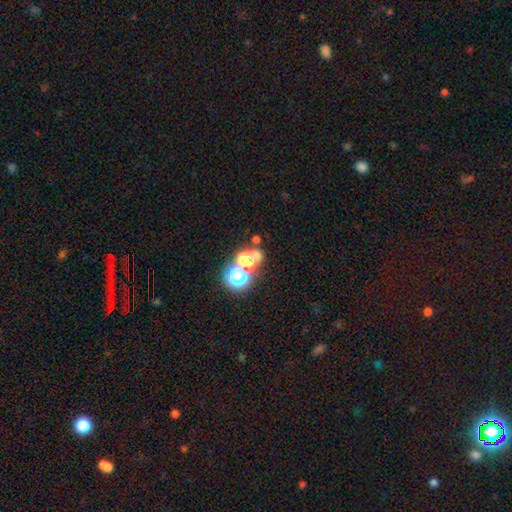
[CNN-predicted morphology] Smooth or featured? Predicted: smooth (p=0.51). How rounded? Predicted: round (p=0.83). Merging? Predicted: none (p=0.55).